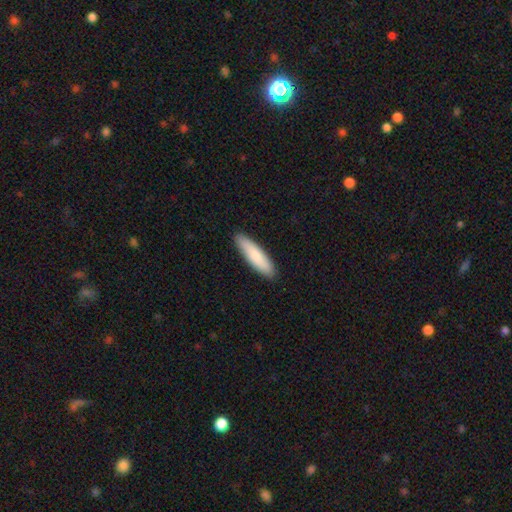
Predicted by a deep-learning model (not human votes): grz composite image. It shows a smooth galaxy with no disk features (83%) that is cigar-shaped (74%). Merging: none (90%).